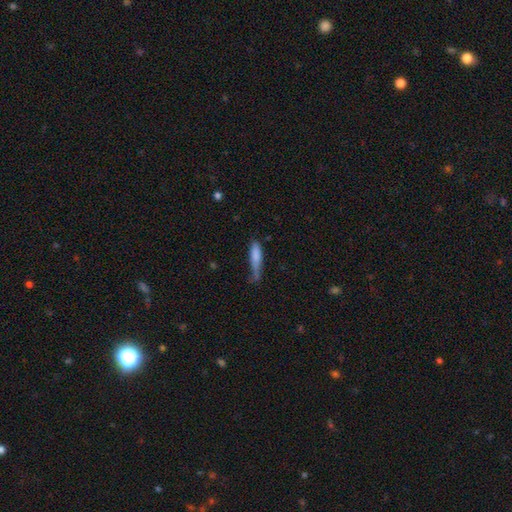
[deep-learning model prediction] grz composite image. It shows a smooth galaxy with no disk features (76%) that is cigar-shaped (77%). Merging: none (45%).